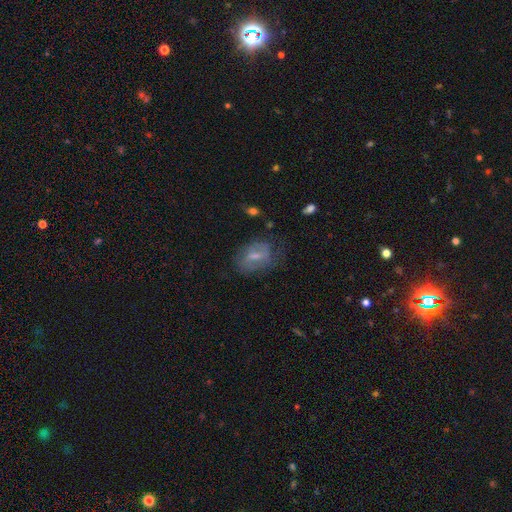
A smooth galaxy with no disk features (59%) that is in between round and cigar-shaped (87%). Merging: none (53%).